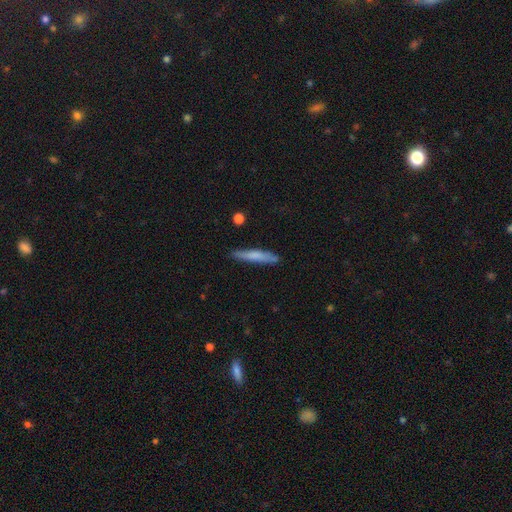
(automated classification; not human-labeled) Smooth or featured? smooth (68%)
How rounded? cigar-shaped (93%)
Merging? none (82%)